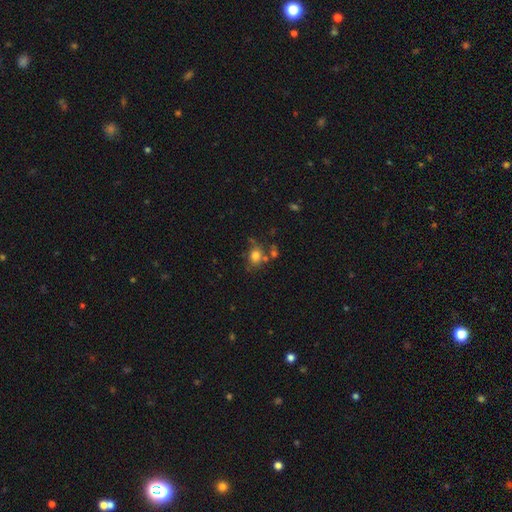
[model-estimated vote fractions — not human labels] A smooth galaxy with no disk features (75%) that is round (60%). Merging: none (56%).